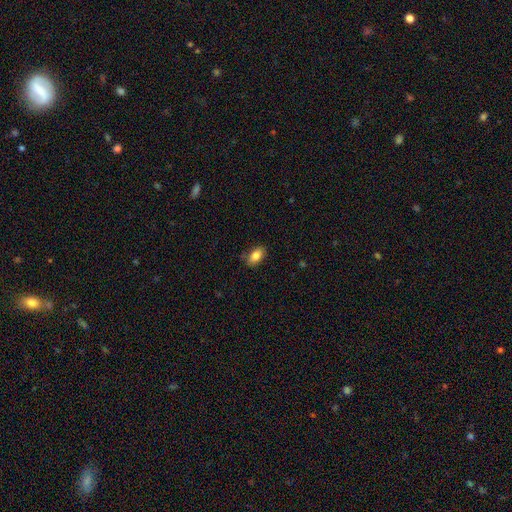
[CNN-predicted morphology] Q: Smooth or featured?
A: smooth (83%); runner-up: featured or disk (9%)
Q: How rounded?
A: in between (90%); runner-up: round (8%)
Q: Merging?
A: none (81%); runner-up: minor disturbance (15%)